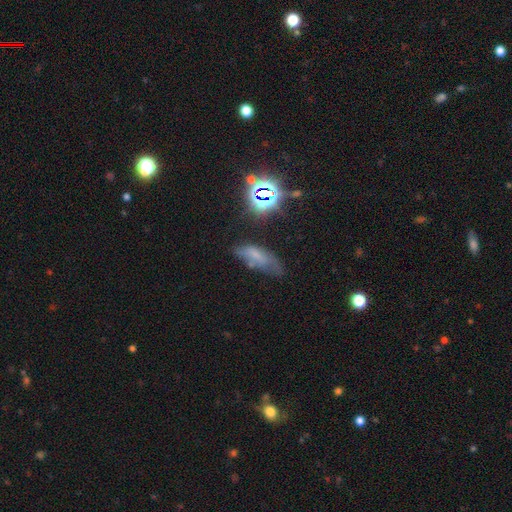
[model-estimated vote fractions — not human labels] Morphology: type=smooth (49%); merging=none (45%).